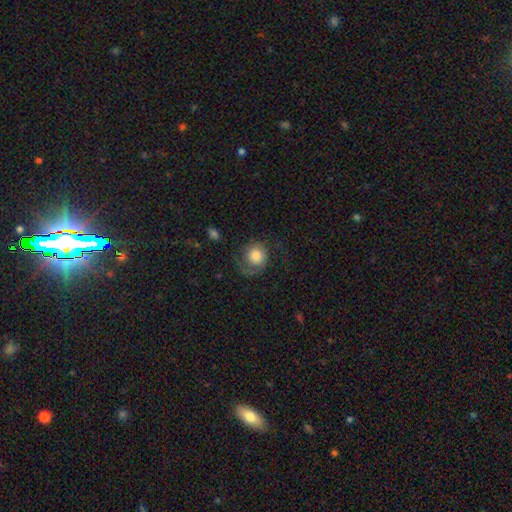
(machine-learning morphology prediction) type=smooth (55%); roundness=round (84%); merging=none (53%).